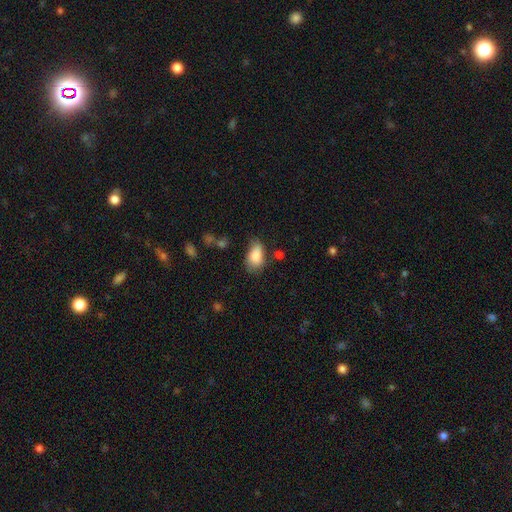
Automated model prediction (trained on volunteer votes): smooth_or_featured: smooth (p=0.85) [alt: star or artifact p=0.08]
how_rounded: in between (p=0.90) [alt: round p=0.08]
merging: none (p=0.51) [alt: minor disturbance p=0.33]